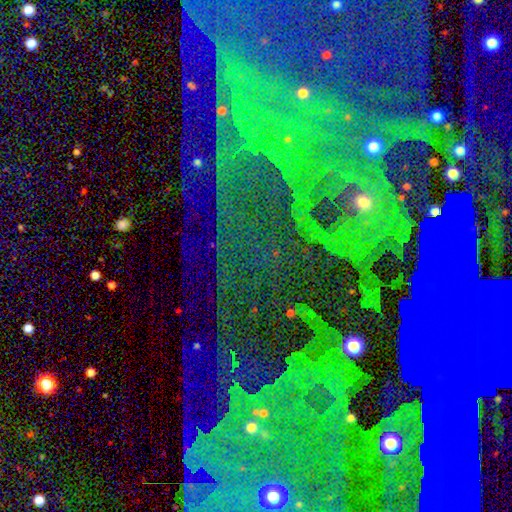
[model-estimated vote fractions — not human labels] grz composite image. It shows a star or artifact, not a galaxy (78%).